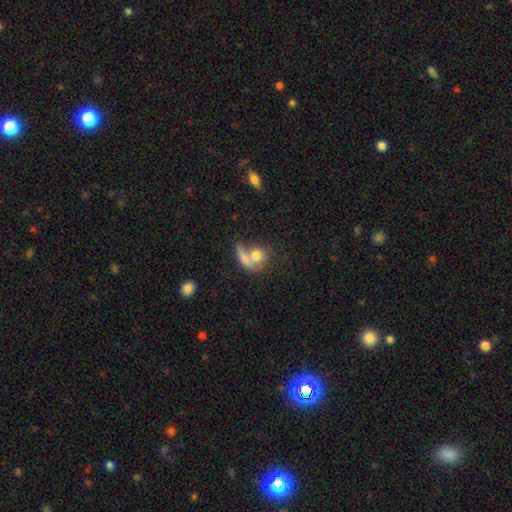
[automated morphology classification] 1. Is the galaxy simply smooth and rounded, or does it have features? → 70% smooth, 22% featured or disk, 8% star or artifact.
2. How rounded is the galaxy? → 59% round, 36% in between, 6% cigar-shaped.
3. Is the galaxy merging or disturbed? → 55% merger, 26% none, 11% major disturbance, 9% minor disturbance.